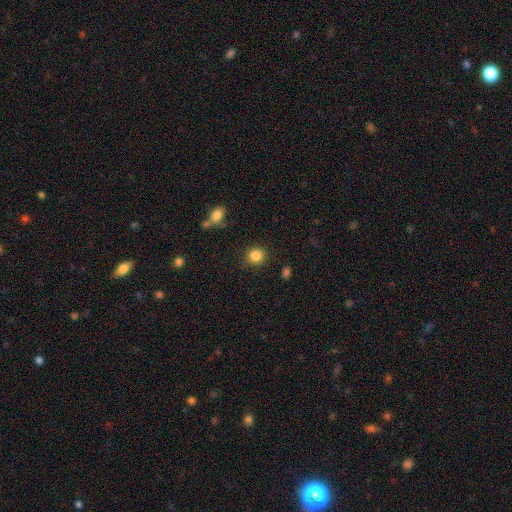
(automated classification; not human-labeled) Morphology: type=smooth (86%); roundness=round (85%); merging=none (85%).